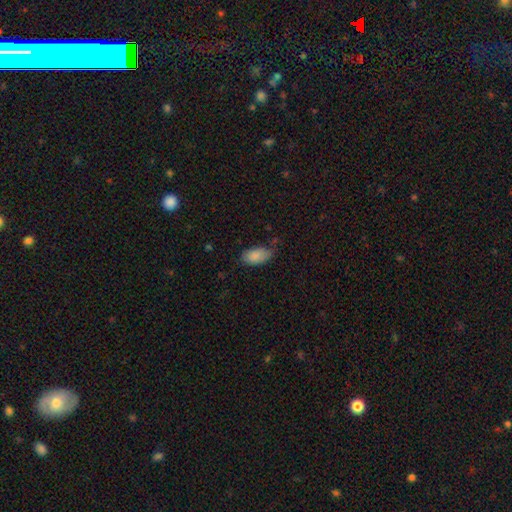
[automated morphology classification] Smooth or featured? smooth (87%)
How rounded? in between (94%)
Merging? none (63%)